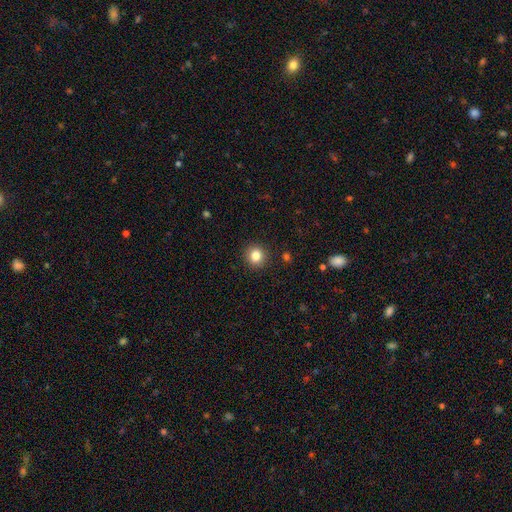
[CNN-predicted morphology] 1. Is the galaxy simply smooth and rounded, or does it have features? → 83% smooth, 11% star or artifact, 6% featured or disk.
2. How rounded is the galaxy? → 92% round, 7% in between, 1% cigar-shaped.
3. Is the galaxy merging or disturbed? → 92% none, 5% minor disturbance, 2% major disturbance, 1% merger.